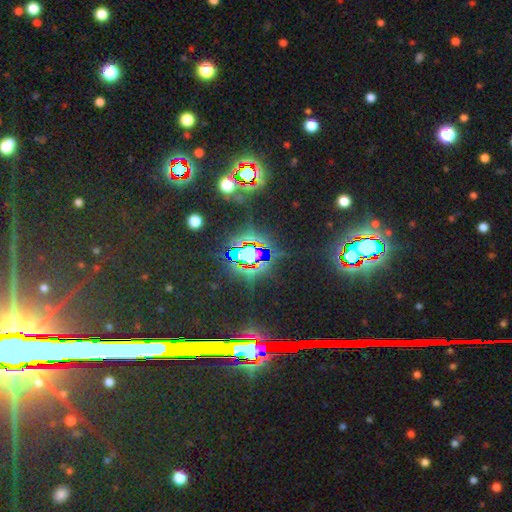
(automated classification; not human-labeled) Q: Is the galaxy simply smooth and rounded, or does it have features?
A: star or artifact — 77%.